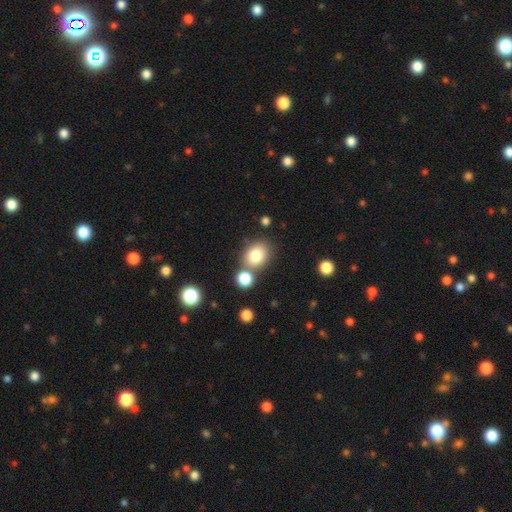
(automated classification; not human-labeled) Q: Smooth or featured?
A: smooth (79%); runner-up: star or artifact (11%)
Q: How rounded?
A: in between (50%); runner-up: round (49%)
Q: Merging?
A: none (66%); runner-up: merger (20%)